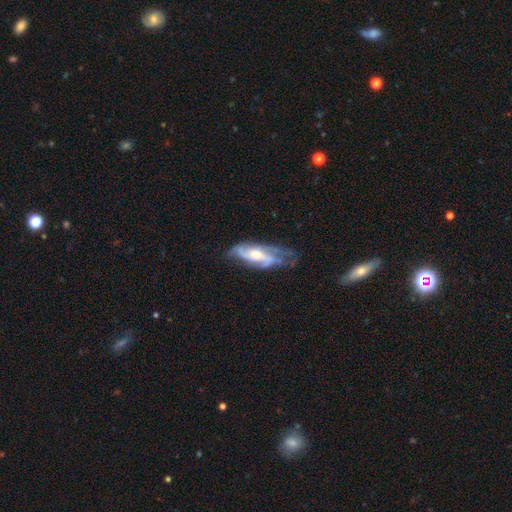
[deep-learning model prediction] featured or disk 78%, smooth 16%, star or artifact 6%. Down the decision tree: edge-on disk — no (87%); bar — no (50%); spiral arms — yes (90%); spiral arm count — 2 (56%); spiral winding — medium (44%); bulge size — moderate (58%); merging — none (48%).